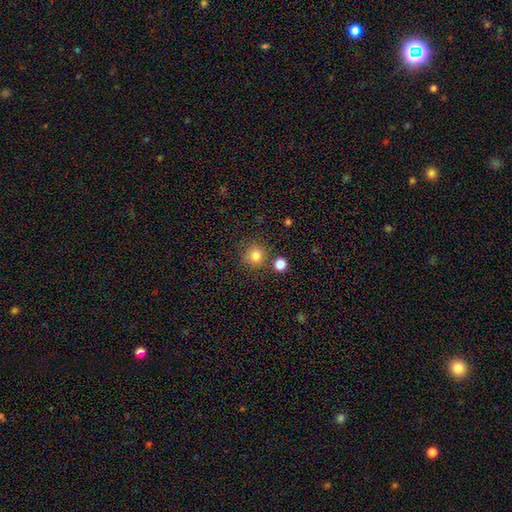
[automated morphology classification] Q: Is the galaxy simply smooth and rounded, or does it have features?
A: smooth — 83%.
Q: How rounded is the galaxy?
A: round — 92%.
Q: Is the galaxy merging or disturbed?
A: none — 77%.